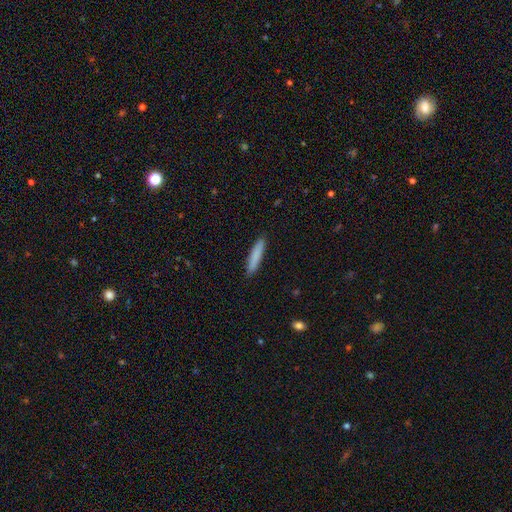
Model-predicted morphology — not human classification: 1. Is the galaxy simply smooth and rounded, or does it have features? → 82% smooth, 12% featured or disk, 6% star or artifact.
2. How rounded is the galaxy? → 93% cigar-shaped, 6% in between, 1% round.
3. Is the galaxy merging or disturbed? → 91% none, 7% minor disturbance, 1% major disturbance, 1% merger.